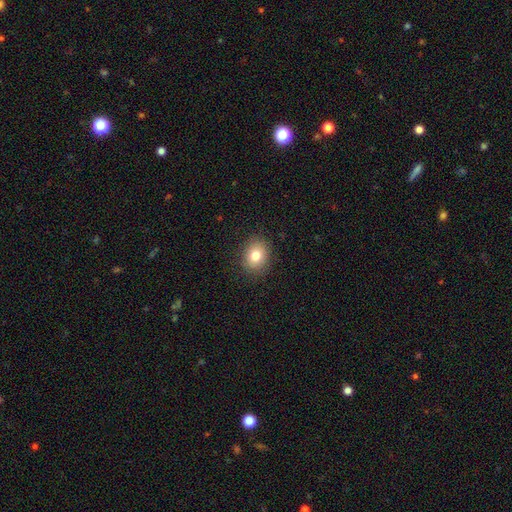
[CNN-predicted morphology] smooth_or_featured: smooth (p=0.80) [alt: star or artifact p=0.11]
how_rounded: round (p=0.55) [alt: in between p=0.44]
merging: none (p=0.88) [alt: minor disturbance p=0.08]